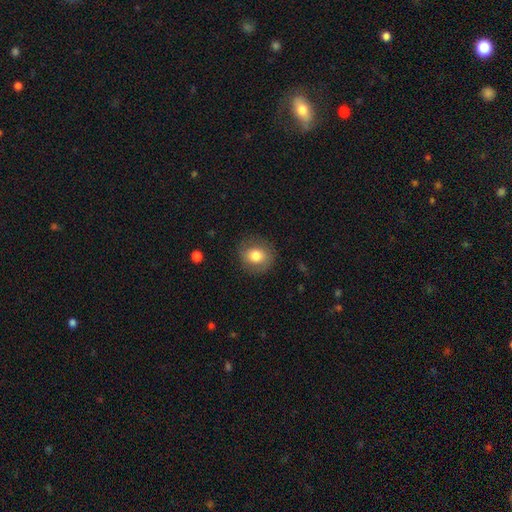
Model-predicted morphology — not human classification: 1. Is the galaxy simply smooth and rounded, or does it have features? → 76% smooth, 16% featured or disk, 8% star or artifact.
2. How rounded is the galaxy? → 79% round, 20% in between, 1% cigar-shaped.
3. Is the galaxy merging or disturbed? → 85% none, 11% minor disturbance, 4% major disturbance, 1% merger.